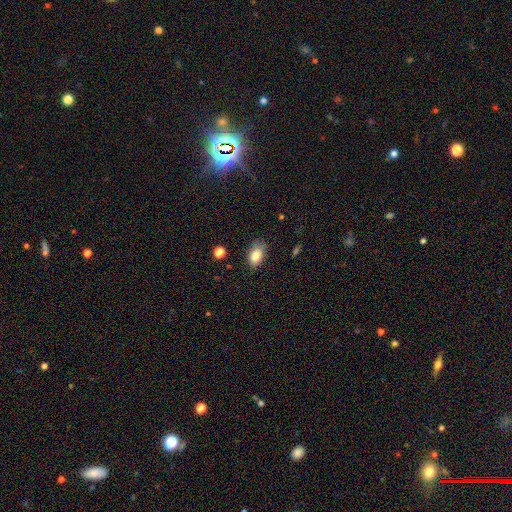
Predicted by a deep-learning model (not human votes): Overall: smooth (83%). How rounded: in between (90%). Merging: none (72%).